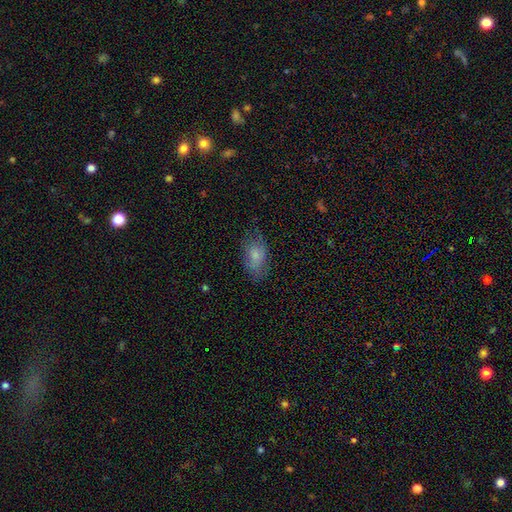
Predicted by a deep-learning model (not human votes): Smooth or featured?
  - smooth: 71% *
  - featured or disk: 20%
  - star or artifact: 9%
How rounded?
  - in between: 89% *
  - round: 8%
  - cigar-shaped: 3%
Merging?
  - none: 62% *
  - minor disturbance: 25%
  - major disturbance: 12%
  - merger: 1%